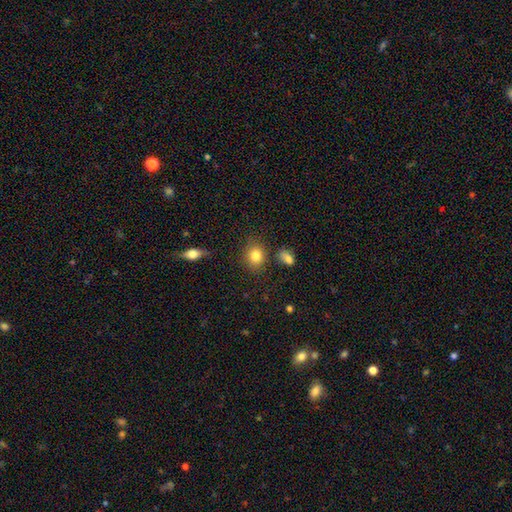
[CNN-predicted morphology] smooth_or_featured: smooth (p=0.83) [alt: star or artifact p=0.09]
how_rounded: round (p=0.58) [alt: in between p=0.41]
merging: none (p=0.79) [alt: minor disturbance p=0.13]